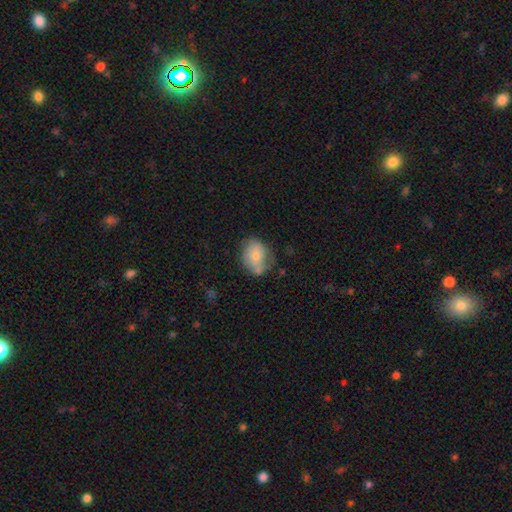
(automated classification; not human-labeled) Smooth or featured: smooth — 65% (featured or disk — 27%)
How rounded: in between — 50% (round — 49%)
Merging: none — 50% (minor disturbance — 30%)